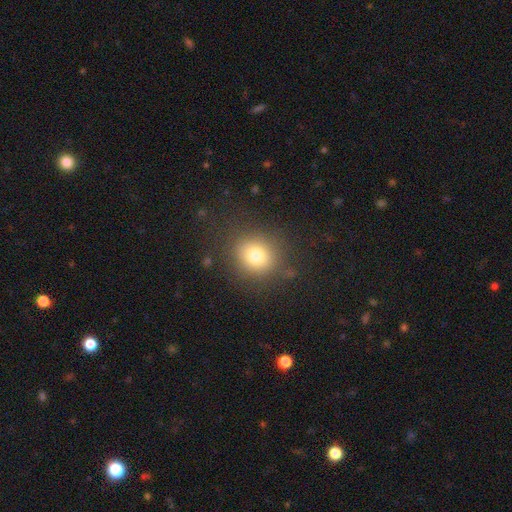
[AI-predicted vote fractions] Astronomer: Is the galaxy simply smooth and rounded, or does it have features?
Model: smooth — 77%.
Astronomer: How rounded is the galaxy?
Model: round — 82%.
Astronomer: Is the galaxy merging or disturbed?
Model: none — 83%.